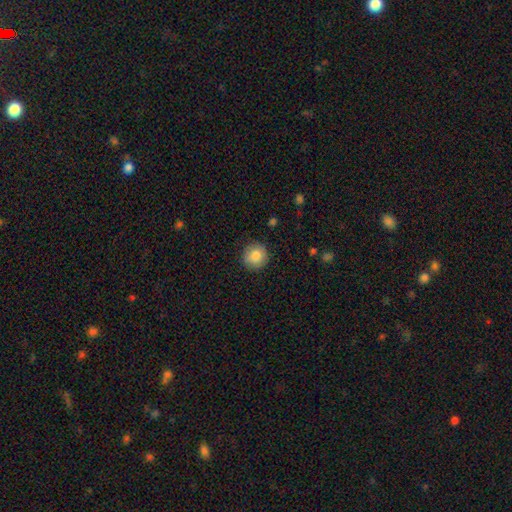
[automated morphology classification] This appears to be a smooth galaxy with no disk features (85%) that is round (91%). Merging: none (89%).